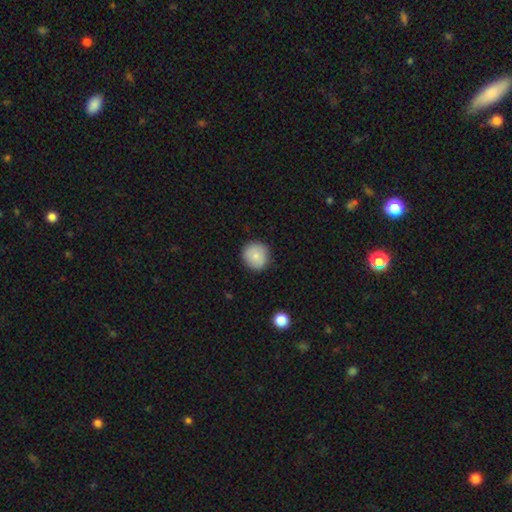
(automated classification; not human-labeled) Smooth or featured? Predicted: smooth (p=0.78). How rounded? Predicted: round (p=0.91). Merging? Predicted: none (p=0.86).